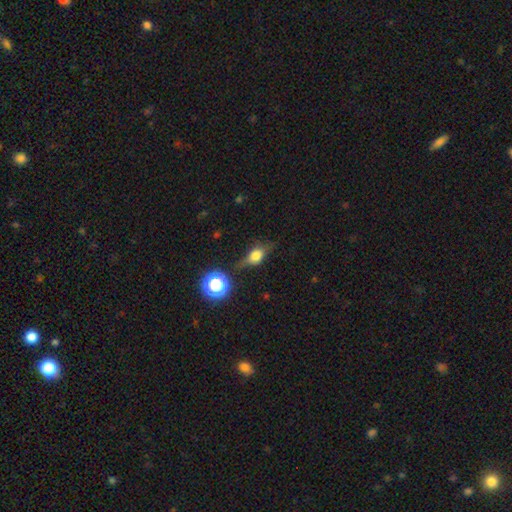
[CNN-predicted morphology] Q: Smooth or featured?
A: smooth (56%); runner-up: featured or disk (29%)
Q: How rounded?
A: in between (59%); runner-up: round (29%)
Q: Merging?
A: none (59%); runner-up: minor disturbance (26%)